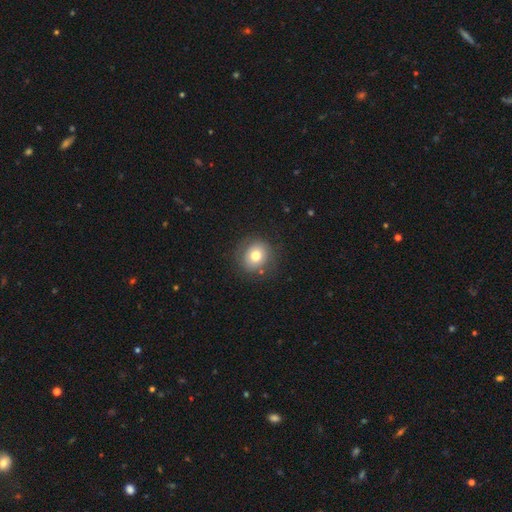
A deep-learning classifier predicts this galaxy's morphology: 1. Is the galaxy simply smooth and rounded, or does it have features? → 73% smooth, 17% featured or disk, 10% star or artifact.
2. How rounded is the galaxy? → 81% round, 18% in between, 1% cigar-shaped.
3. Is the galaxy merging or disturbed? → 82% none, 12% minor disturbance, 5% major disturbance, 2% merger.